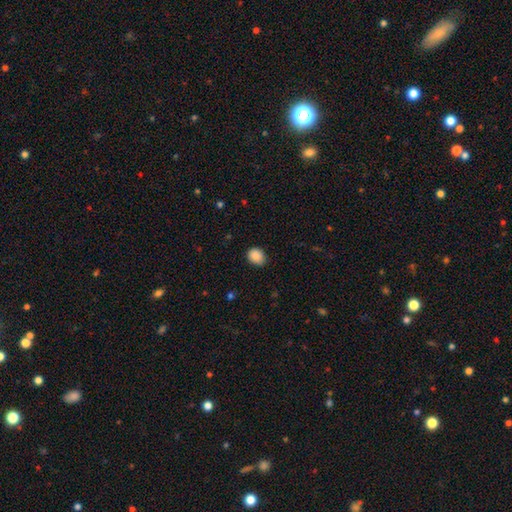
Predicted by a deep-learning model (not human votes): Q: Smooth or featured?
A: smooth (88%); runner-up: star or artifact (8%)
Q: How rounded?
A: round (53%); runner-up: in between (46%)
Q: Merging?
A: none (80%); runner-up: minor disturbance (16%)